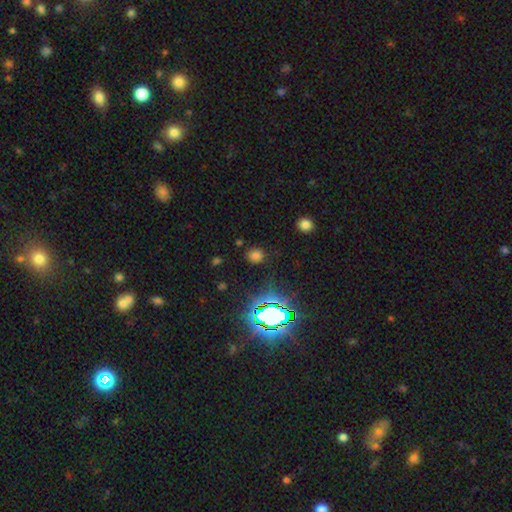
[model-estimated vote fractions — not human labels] smooth 65%, star or artifact 29%, featured or disk 6%. Down the decision tree: how rounded — round (84%); merging — none (85%).